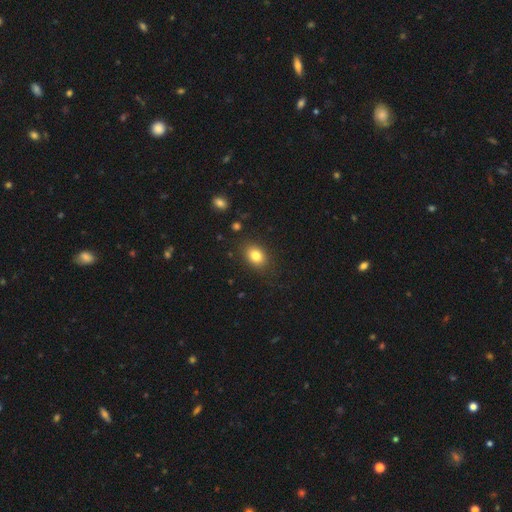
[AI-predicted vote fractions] Overall: smooth (82%). How rounded: in between (68%; round 31%). Merging: none (85%).